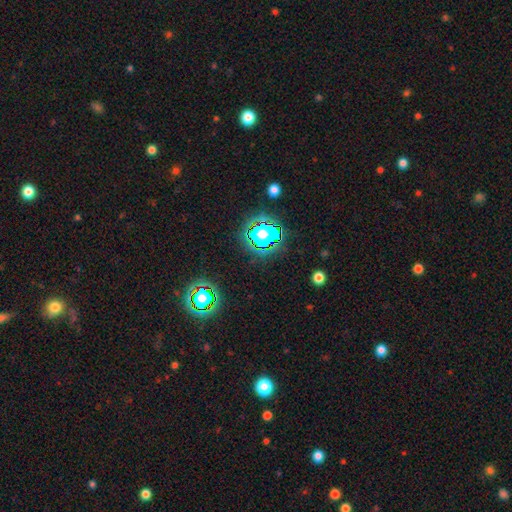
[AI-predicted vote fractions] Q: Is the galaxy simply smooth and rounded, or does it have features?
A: star or artifact — 80%.